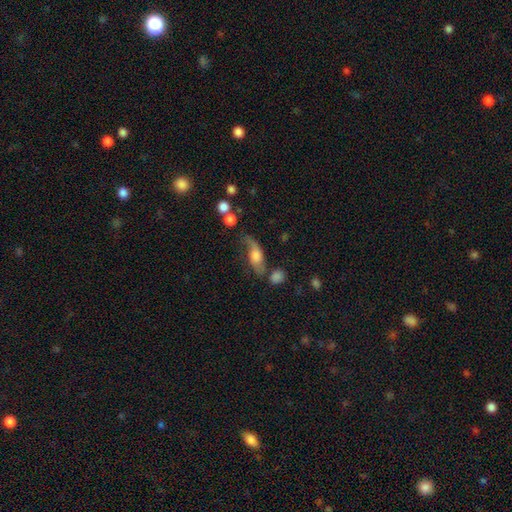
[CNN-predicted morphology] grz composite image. It shows a featured or disk galaxy (51%). Merging: none (43%).